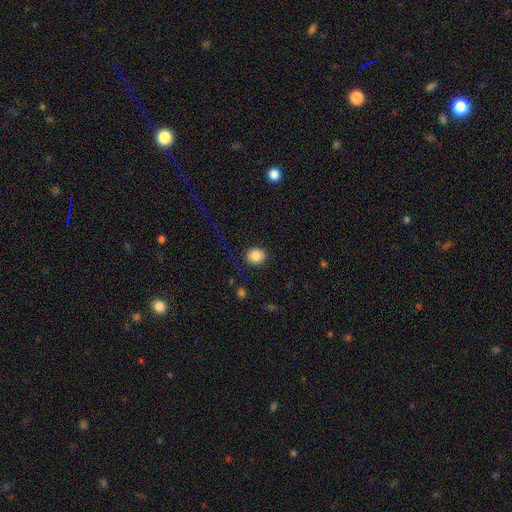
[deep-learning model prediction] Morphology: type=smooth (86%); roundness=round (86%); merging=none (85%).